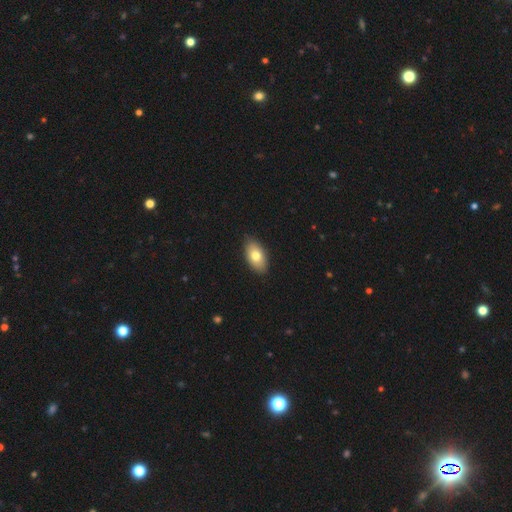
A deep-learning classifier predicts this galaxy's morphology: This is likely a smooth galaxy (75%). How rounded: clearly in between (93%). Merging: clearly none (88%).